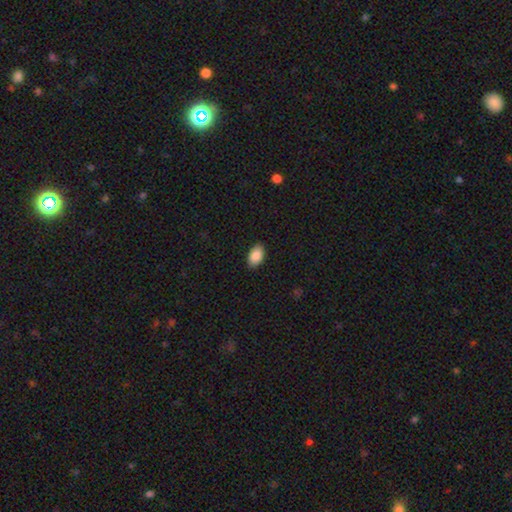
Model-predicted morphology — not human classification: A smooth galaxy with no disk features (88%) that is in between round and cigar-shaped (92%). Merging: none (88%).